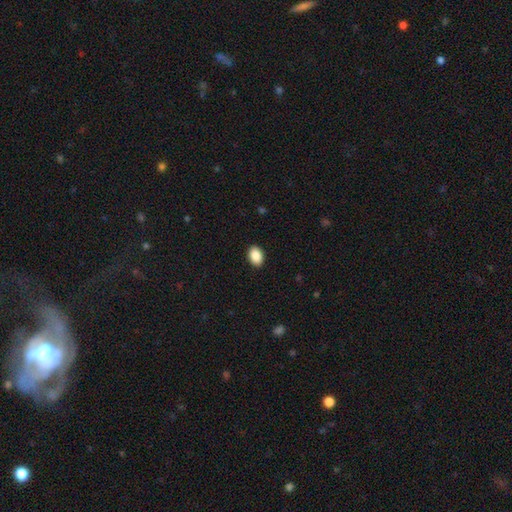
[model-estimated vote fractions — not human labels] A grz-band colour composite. It shows a smooth galaxy with no disk features (89%) that is in between round and cigar-shaped (85%). Merging: none (90%).